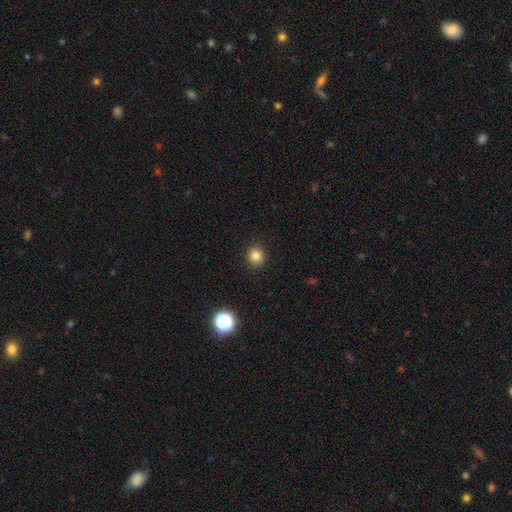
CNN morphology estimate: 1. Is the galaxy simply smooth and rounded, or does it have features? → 82% smooth, 13% star or artifact, 5% featured or disk.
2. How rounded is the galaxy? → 89% round, 10% in between, 1% cigar-shaped.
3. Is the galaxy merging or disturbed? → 92% none, 6% minor disturbance, 2% major disturbance, 1% merger.